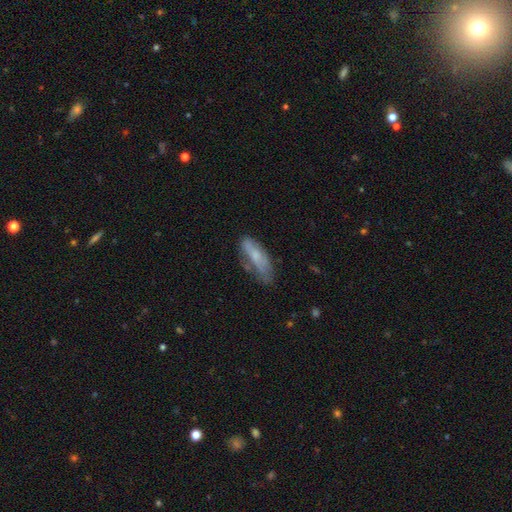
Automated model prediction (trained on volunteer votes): A smooth galaxy with no disk features (56%) that is in between round and cigar-shaped (58%).

Vote fractions:
- Smooth or featured? smooth: 56% / featured or disk: 36% / star or artifact: 8%
- How rounded? in between: 58% / cigar-shaped: 40% / round: 2%
- Merging? none: 46% / minor disturbance: 32% / major disturbance: 17% / merger: 5%